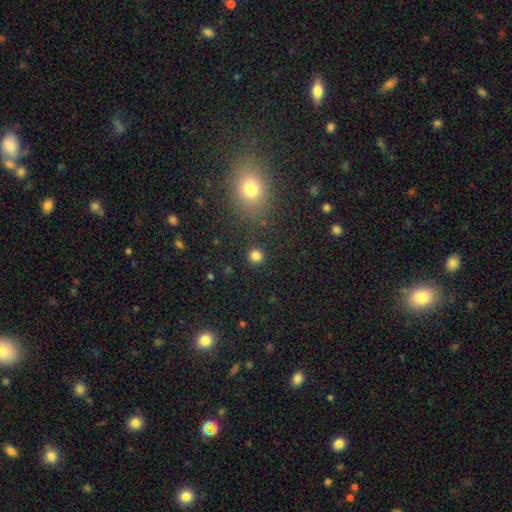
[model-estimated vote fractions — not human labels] This appears to be a smooth galaxy with no disk features (82%) that is round (93%). Merging: none (90%).